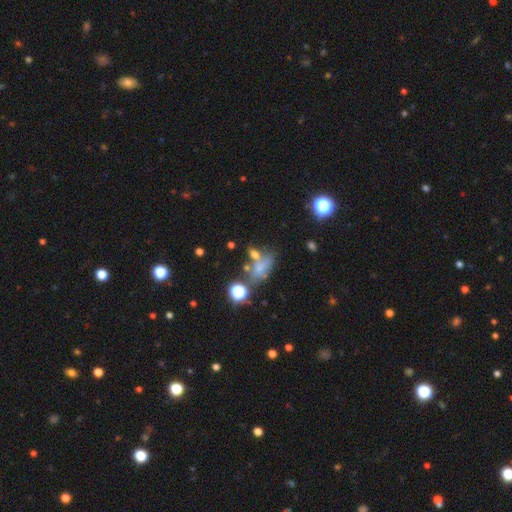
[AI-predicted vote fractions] Smooth or featured? smooth (52%)
How rounded? in between (68%)
Merging? none (38%)